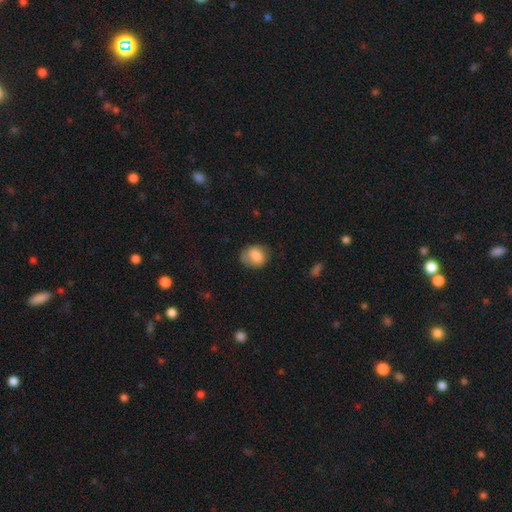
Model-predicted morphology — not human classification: Smooth or featured? Predicted: smooth (p=0.81). How rounded? Predicted: round (p=0.54). Merging? Predicted: none (p=0.60).